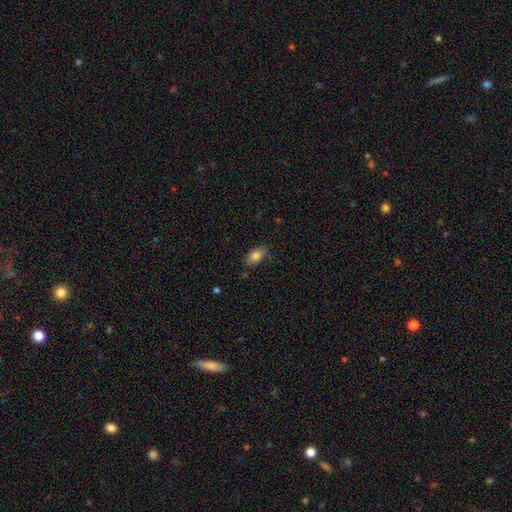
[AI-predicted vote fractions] smooth 82%, featured or disk 10%, star or artifact 8%. Down the decision tree: how rounded — in between (89%); merging — none (81%).